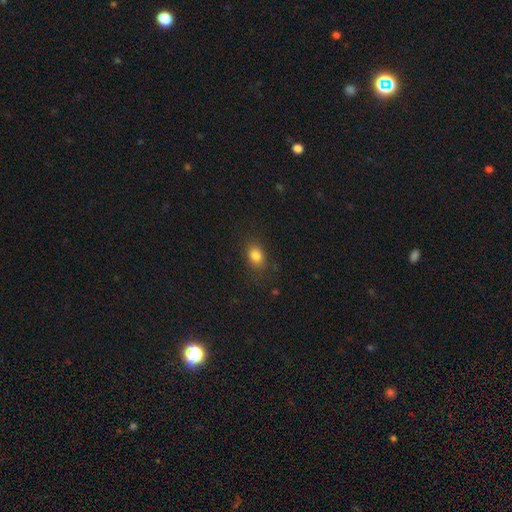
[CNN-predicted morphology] smooth_or_featured: smooth (p=0.83) [alt: star or artifact p=0.11]
how_rounded: in between (p=0.69) [alt: round p=0.29]
merging: none (p=0.82) [alt: minor disturbance p=0.13]